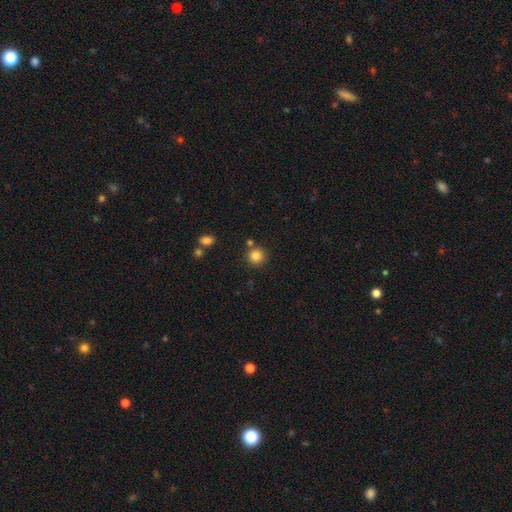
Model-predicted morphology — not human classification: Smooth or featured? smooth (84%)
How rounded? round (92%)
Merging? none (80%)